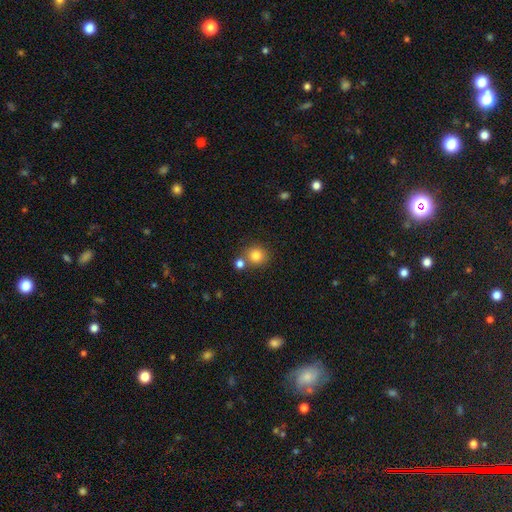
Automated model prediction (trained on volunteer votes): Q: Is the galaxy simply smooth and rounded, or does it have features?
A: smooth — 82%.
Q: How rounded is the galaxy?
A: round — 88%.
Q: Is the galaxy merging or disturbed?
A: none — 70%.